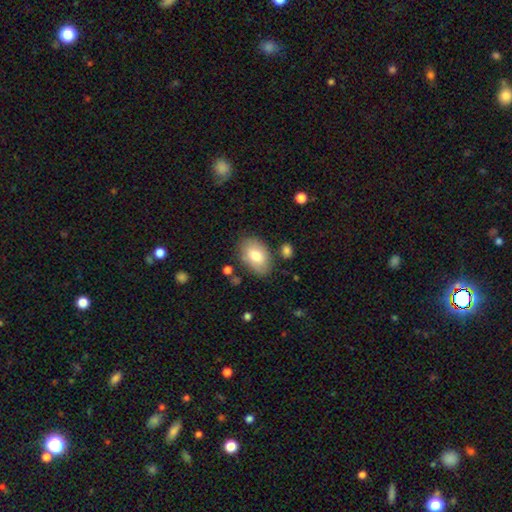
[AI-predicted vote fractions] Smooth or featured? Predicted: smooth (p=0.76). How rounded? Predicted: in between (p=0.88). Merging? Predicted: none (p=0.76).